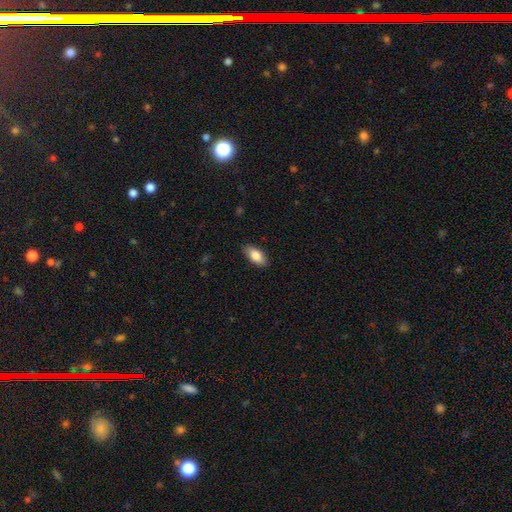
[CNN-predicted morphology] smooth_or_featured: smooth (p=0.84) [alt: featured or disk p=0.10]
how_rounded: in between (p=0.90) [alt: cigar-shaped p=0.08]
merging: none (p=0.87) [alt: minor disturbance p=0.10]